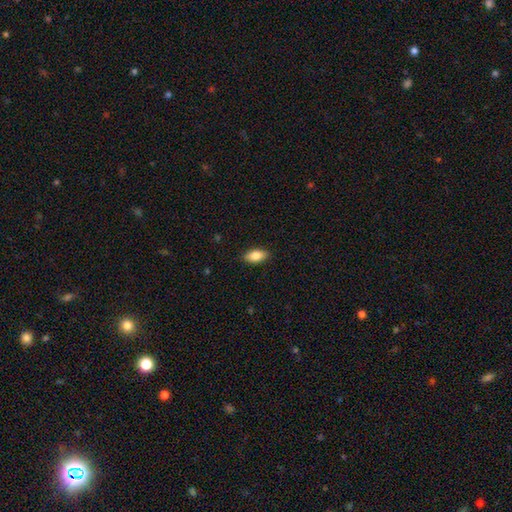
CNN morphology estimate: A smooth galaxy with no disk features (83%) that is in between round and cigar-shaped (89%).

Vote fractions:
- Smooth or featured? smooth: 83% / featured or disk: 10% / star or artifact: 7%
- How rounded? in between: 89% / cigar-shaped: 7% / round: 4%
- Merging? none: 88% / minor disturbance: 9% / major disturbance: 2% / merger: 1%